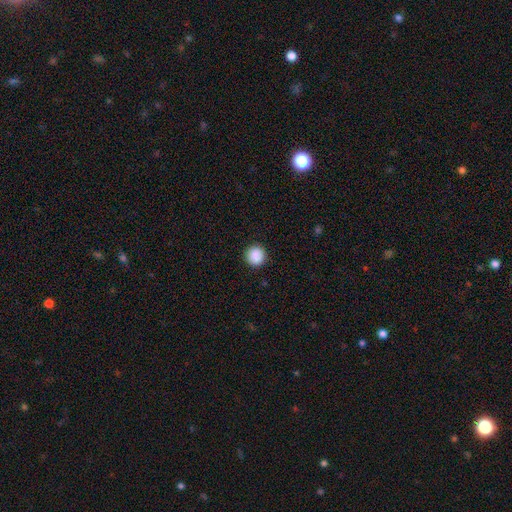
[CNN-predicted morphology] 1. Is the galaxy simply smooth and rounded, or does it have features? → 89% smooth, 8% star or artifact, 2% featured or disk.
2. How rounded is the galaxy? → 95% round, 4% in between, 1% cigar-shaped.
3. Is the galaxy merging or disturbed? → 92% none, 5% minor disturbance, 2% major disturbance, 1% merger.